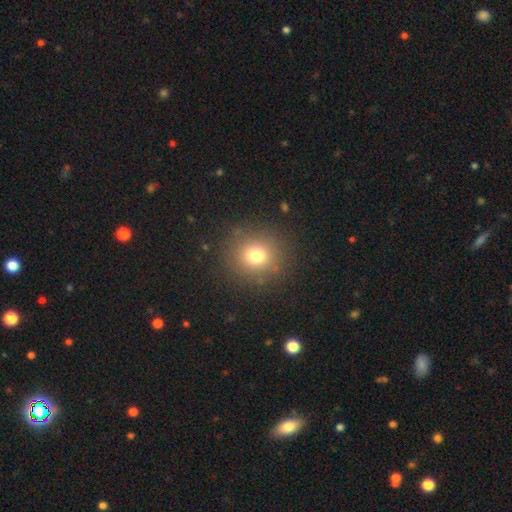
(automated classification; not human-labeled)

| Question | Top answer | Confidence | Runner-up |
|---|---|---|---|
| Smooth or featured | smooth | 74% | star or artifact (16%) |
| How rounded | round | 87% | in between (12%) |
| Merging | none | 86% | minor disturbance (8%) |